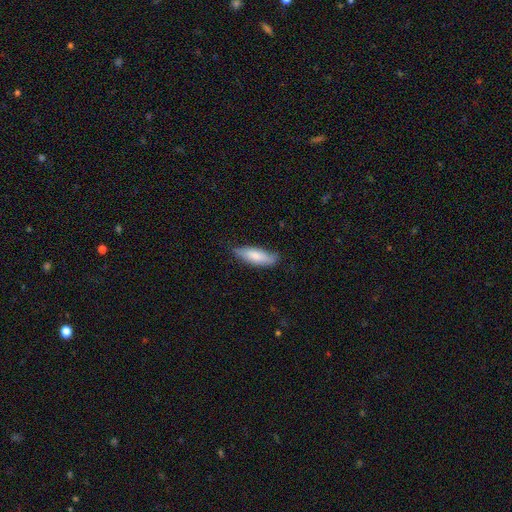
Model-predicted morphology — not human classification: smooth 76%, featured or disk 18%, star or artifact 6%. Down the decision tree: how rounded — in between (58%); merging — none (73%).